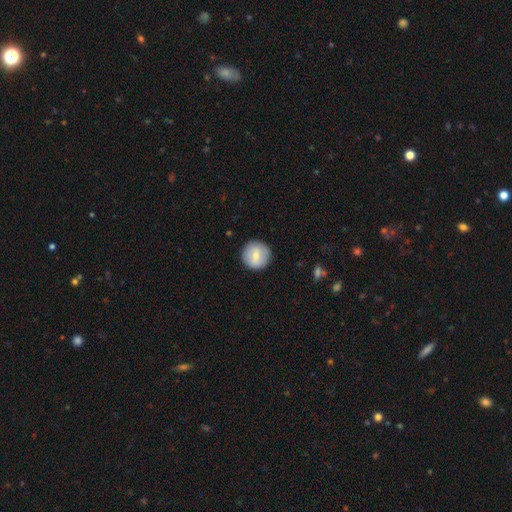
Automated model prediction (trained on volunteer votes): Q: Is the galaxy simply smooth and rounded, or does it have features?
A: smooth — 68%.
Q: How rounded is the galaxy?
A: round — 95%.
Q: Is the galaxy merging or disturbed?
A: none — 89%.